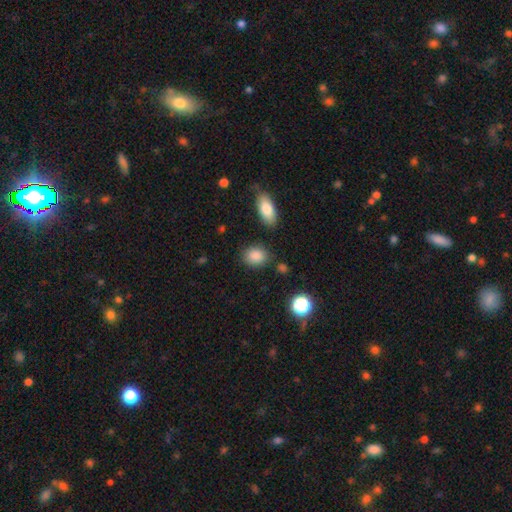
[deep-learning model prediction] Smooth or featured: smooth — 87% (star or artifact — 9%)
How rounded: in between — 57% (round — 41%)
Merging: none — 81% (minor disturbance — 11%)